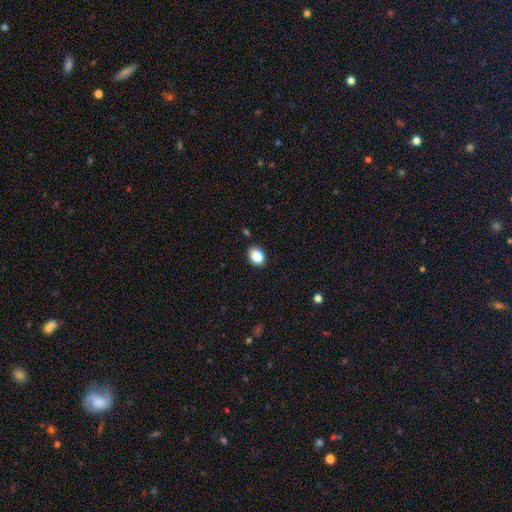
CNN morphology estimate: Smooth or featured? Predicted: smooth (p=0.85). How rounded? Predicted: in between (p=0.70). Merging? Predicted: none (p=0.88).